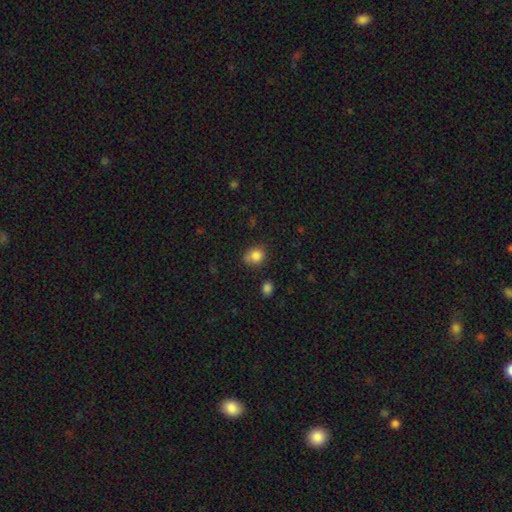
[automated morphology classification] Smooth or featured? smooth (83%)
How rounded? round (71%)
Merging? none (57%)